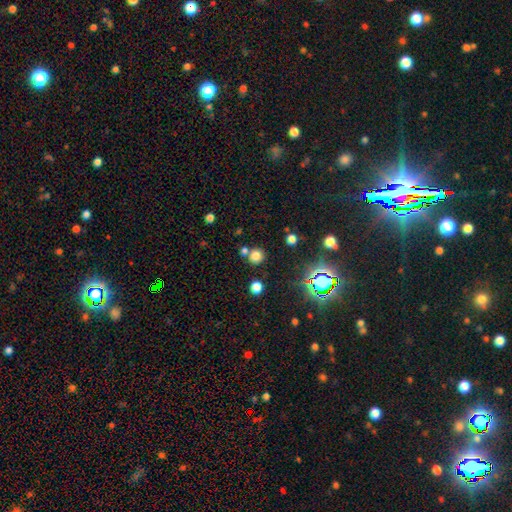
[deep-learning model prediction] This appears to be a smooth galaxy with no disk features (74%) that is round (90%). Merging: none (71%).